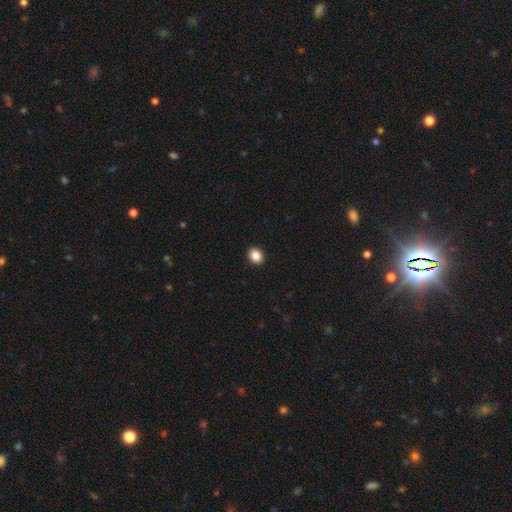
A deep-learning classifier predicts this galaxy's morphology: smooth-or-featured: smooth: 87% | star or artifact: 10% | featured or disk: 3%
  how-rounded: round: 67% | in between: 32% | cigar-shaped: 1%
  merging: none: 93% | minor disturbance: 5% | major disturbance: 2% | merger: 1%